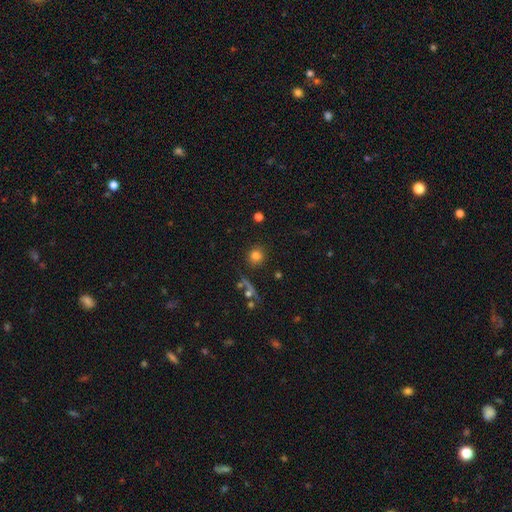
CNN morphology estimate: A smooth galaxy with no disk features (79%) that is round (87%).

Vote fractions:
- Smooth or featured? smooth: 79% / star or artifact: 13% / featured or disk: 7%
- How rounded? round: 87% / in between: 12% / cigar-shaped: 2%
- Merging? none: 82% / minor disturbance: 9% / merger: 4% / major disturbance: 4%